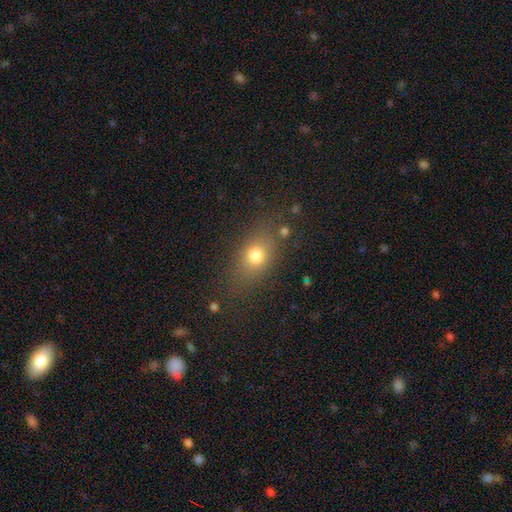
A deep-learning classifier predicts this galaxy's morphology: A smooth galaxy with no disk features (74%) that is in between round and cigar-shaped (63%).

Vote fractions:
- Smooth or featured? smooth: 74% / star or artifact: 14% / featured or disk: 12%
- How rounded? in between: 63% / round: 32% / cigar-shaped: 5%
- Merging? none: 75% / minor disturbance: 14% / major disturbance: 7% / merger: 4%